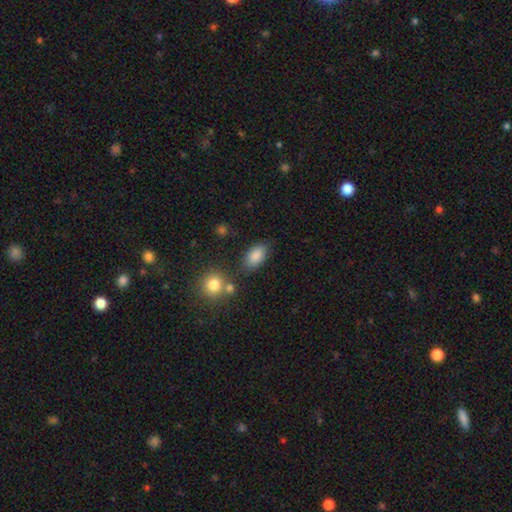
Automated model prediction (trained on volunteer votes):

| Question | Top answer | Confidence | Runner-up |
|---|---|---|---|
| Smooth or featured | smooth | 86% | star or artifact (8%) |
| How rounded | in between | 90% | round (7%) |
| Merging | none | 74% | minor disturbance (16%) |